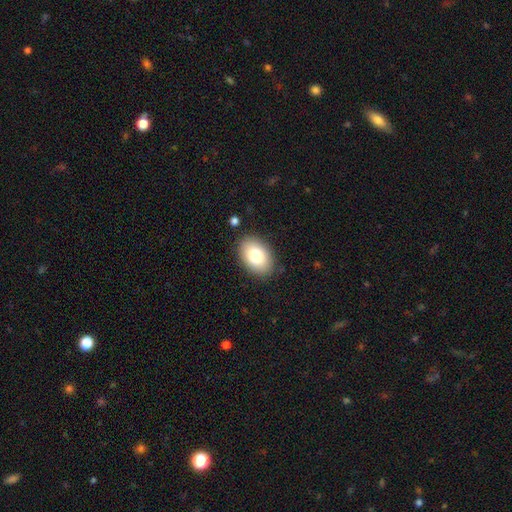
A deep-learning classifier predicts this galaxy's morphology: Smooth or featured: smooth — 80% (featured or disk — 12%)
How rounded: in between — 87% (round — 12%)
Merging: none — 87% (minor disturbance — 9%)